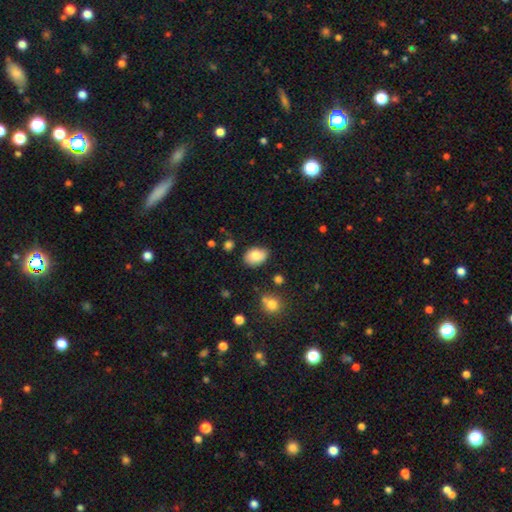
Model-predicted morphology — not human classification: type=smooth (83%); roundness=in between (80%); merging=none (77%).